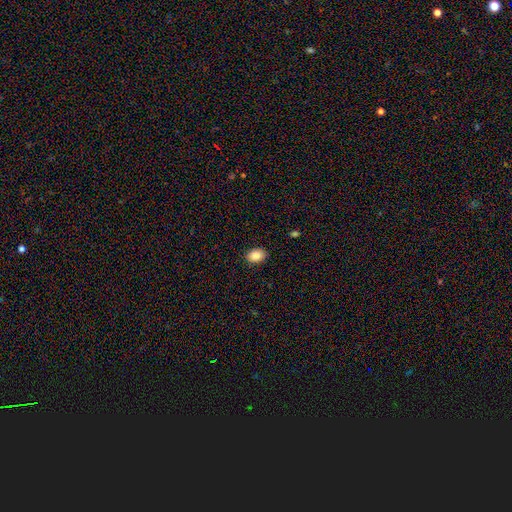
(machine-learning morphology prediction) The model was most divided on "how rounded": in between: 78%, round: 21%, cigar-shaped: 1%. More confident: merging — none (88%); smooth or featured — smooth (88%).